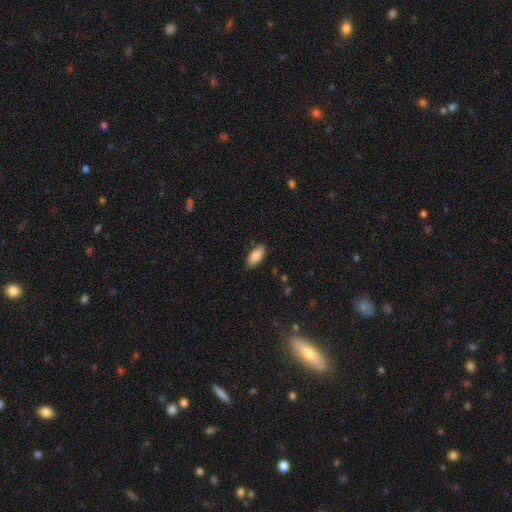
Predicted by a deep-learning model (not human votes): Overall: smooth (89%). How rounded: in between (90%). Merging: none (85%).